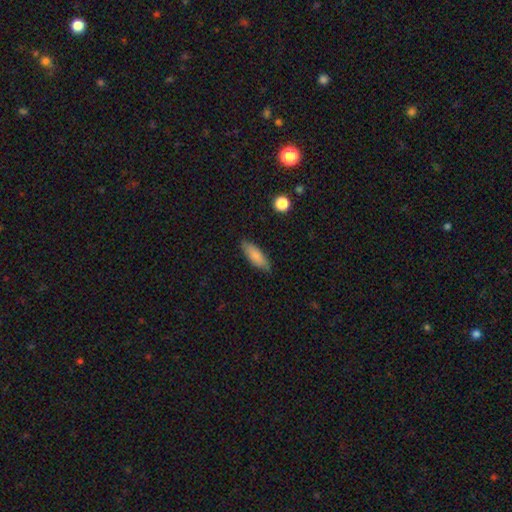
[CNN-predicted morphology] The model was most divided on "how rounded": in between: 57%, cigar-shaped: 41%, round: 2%. More confident: merging — none (81%); smooth or featured — smooth (80%).